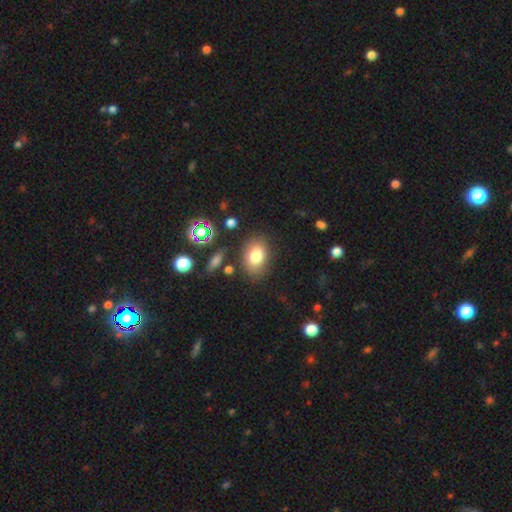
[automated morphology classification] Q: Smooth or featured?
A: smooth (79%); runner-up: star or artifact (11%)
Q: How rounded?
A: in between (78%); runner-up: round (21%)
Q: Merging?
A: none (78%); runner-up: minor disturbance (13%)